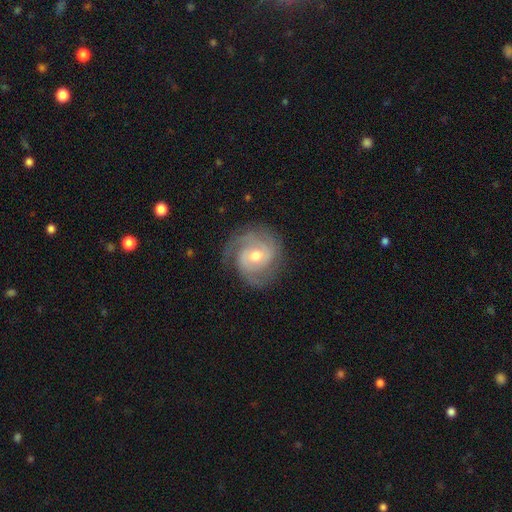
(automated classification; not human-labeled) A featured or disk galaxy (87%) with no bar (63%), 2 (39%) tight (61%) spiral arms (97%) and a moderate central bulge (68%).

Vote fractions:
- Smooth or featured? featured or disk: 87% / smooth: 9% / star or artifact: 5%
- Edge-on disk? no: 98% / yes: 2%
- Bar? no: 63% / weak: 31% / strong: 6%
- Spiral arms? yes: 97% / no: 3%
- Spiral winding? tight: 61% / medium: 32% / loose: 6%
- Spiral arm count? 2: 39% / 3: 30% / can't tell: 16% / 1: 5% / 4: 5% / more than 4: 4%
- Bulge size? moderate: 68% / small: 26% / large: 4% / none: 1% / dominant: 1%
- Merging? none: 77% / minor disturbance: 16% / major disturbance: 6% / merger: 1%